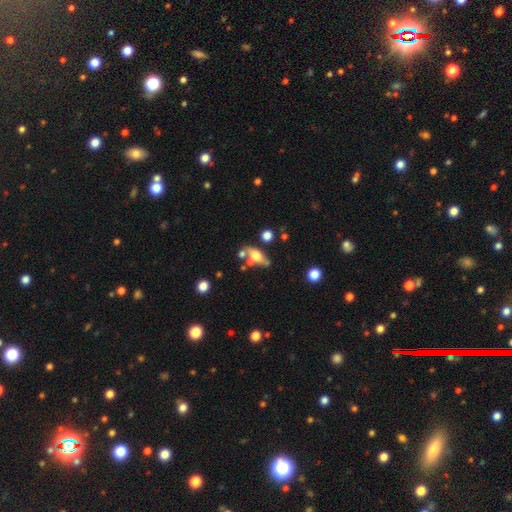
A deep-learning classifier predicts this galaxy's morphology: Q: Smooth or featured?
A: smooth (55%); runner-up: featured or disk (35%)
Q: How rounded?
A: in between (74%); runner-up: cigar-shaped (19%)
Q: Merging?
A: none (52%); runner-up: merger (23%)